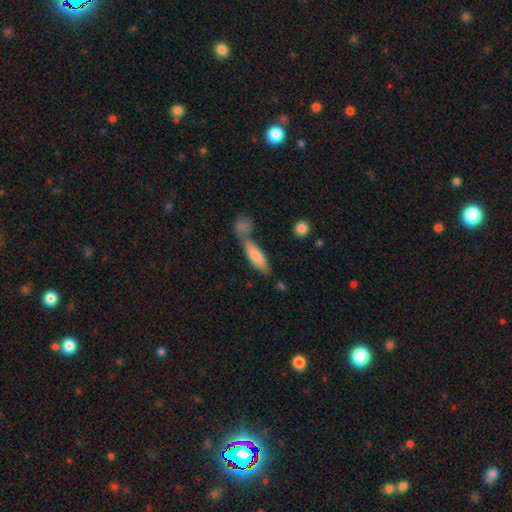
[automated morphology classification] Overall: smooth (79%). How rounded: in between (50%; cigar-shaped 48%). Merging: none (43%; merger 39%).